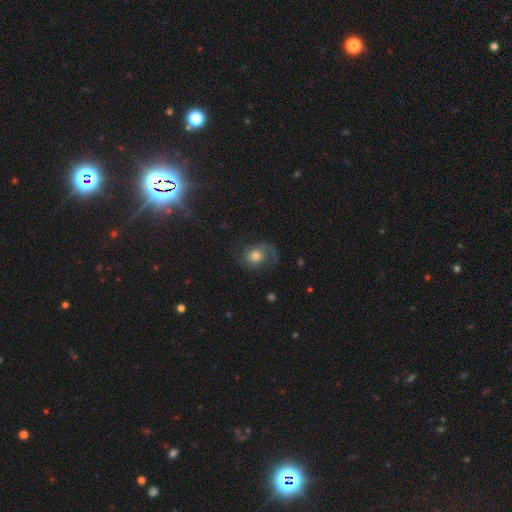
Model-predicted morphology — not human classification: This appears to be a featured or disk galaxy (54%) with no bar (76%), spiral arms (88%) and a moderate central bulge (48%). Merging: none (57%).